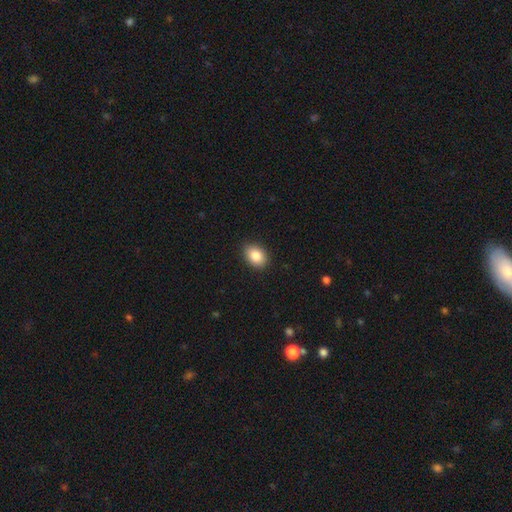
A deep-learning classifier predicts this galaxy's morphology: Smooth or featured?
  - smooth: 86% *
  - star or artifact: 8%
  - featured or disk: 6%
How rounded?
  - in between: 73% *
  - round: 26%
  - cigar-shaped: 1%
Merging?
  - none: 88% *
  - minor disturbance: 9%
  - major disturbance: 2%
  - merger: 1%